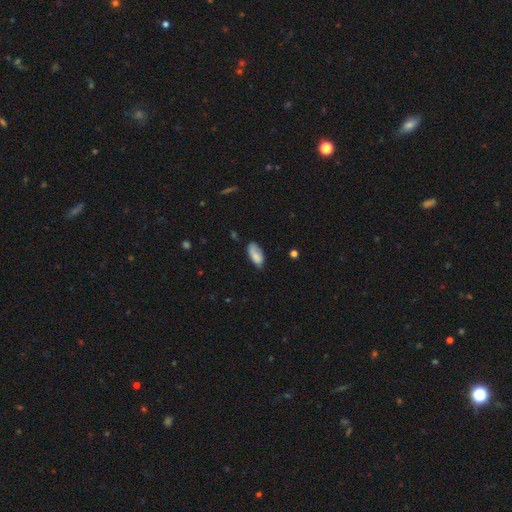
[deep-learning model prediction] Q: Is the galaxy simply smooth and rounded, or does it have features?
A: smooth — 80%.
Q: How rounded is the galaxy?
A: in between — 89%.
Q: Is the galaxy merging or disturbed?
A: none — 55%.